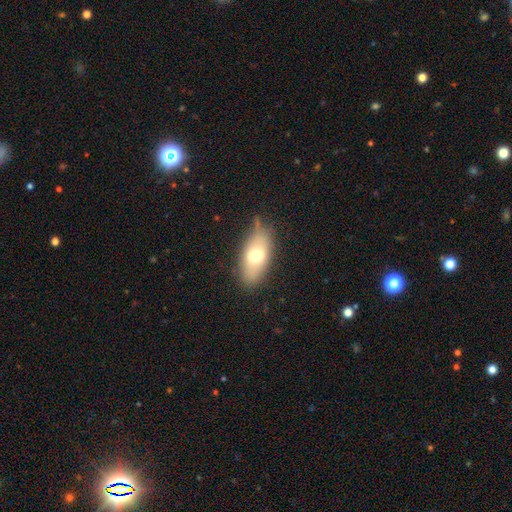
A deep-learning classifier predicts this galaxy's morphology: Smooth or featured? Predicted: smooth (p=0.68). How rounded? Predicted: in between (p=0.86). Merging? Predicted: none (p=0.74).